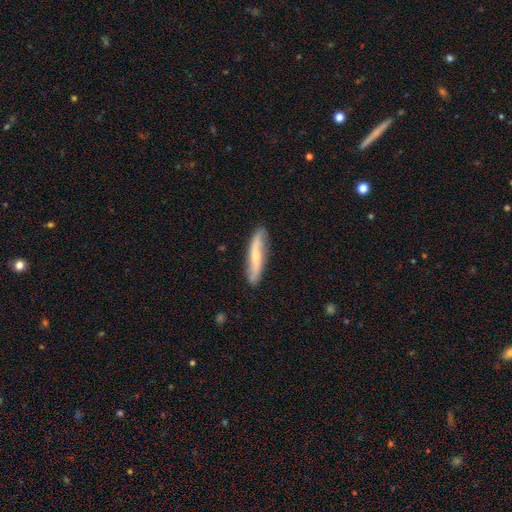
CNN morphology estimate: Smooth or featured? Predicted: featured or disk (p=0.47, tied with smooth). Merging? Predicted: none (p=0.84).